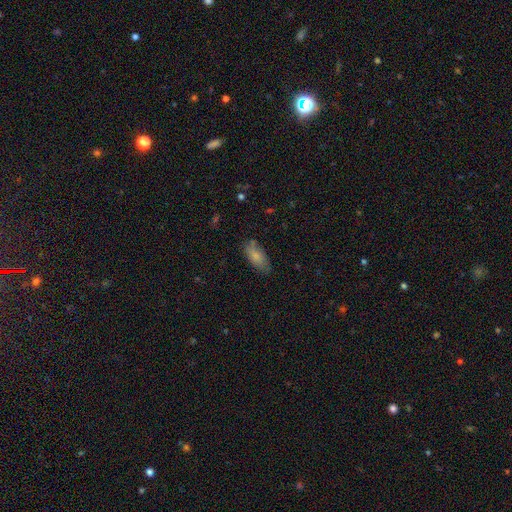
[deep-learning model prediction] This is clearly a smooth galaxy (80%). How rounded: clearly in between (86%). Merging: likely none (74%).